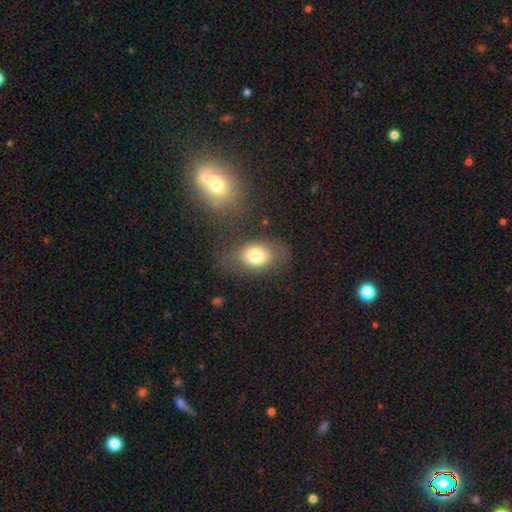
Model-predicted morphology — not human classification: This appears to be a smooth galaxy with no disk features (74%) that is in between round and cigar-shaped (71%). Merging: none (67%).